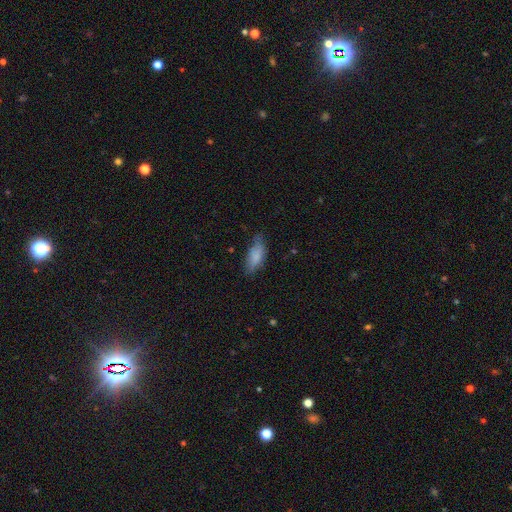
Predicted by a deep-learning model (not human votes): This is clearly a smooth galaxy (80%). How rounded: likely in between (78%). Merging: likely none (61%).